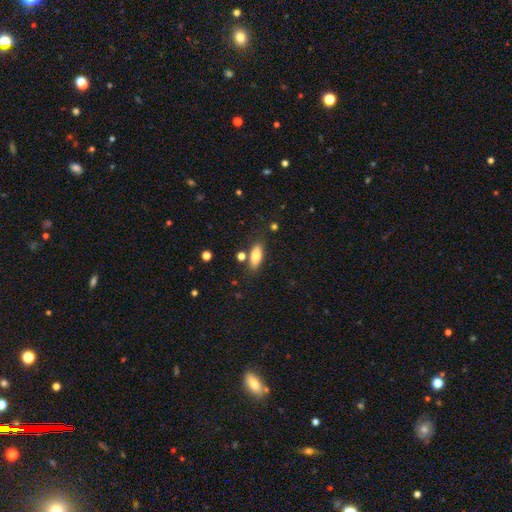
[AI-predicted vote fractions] smooth_or_featured: smooth (p=0.79) [alt: featured or disk p=0.14]
how_rounded: in between (p=0.80) [alt: cigar-shaped p=0.17]
merging: none (p=0.78) [alt: minor disturbance p=0.13]